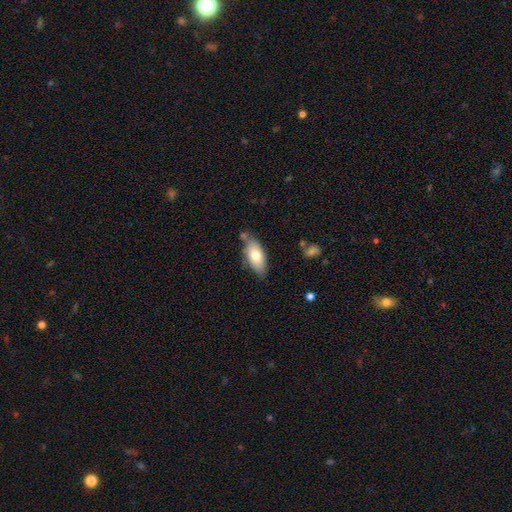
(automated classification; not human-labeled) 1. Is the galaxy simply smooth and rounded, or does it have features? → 74% smooth, 20% featured or disk, 6% star or artifact.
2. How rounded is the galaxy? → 87% in between, 11% cigar-shaped, 3% round.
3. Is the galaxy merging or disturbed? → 68% none, 21% minor disturbance, 7% merger, 4% major disturbance.